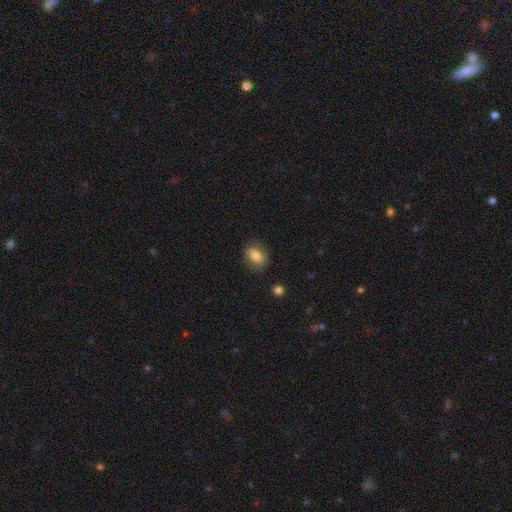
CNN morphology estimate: This appears to be a smooth galaxy with no disk features (73%) that is in between round and cigar-shaped (76%). Merging: none (75%).